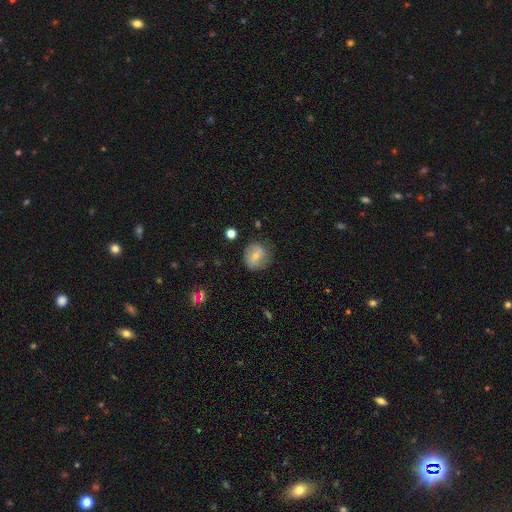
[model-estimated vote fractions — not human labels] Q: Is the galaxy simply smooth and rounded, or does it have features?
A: smooth — 51%.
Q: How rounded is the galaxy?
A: round — 83%.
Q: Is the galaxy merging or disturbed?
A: none — 73%.